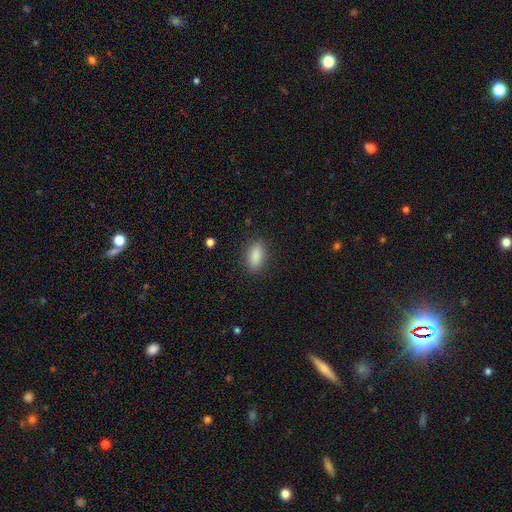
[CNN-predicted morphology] smooth-or-featured: smooth: 88% | star or artifact: 7% | featured or disk: 5%
  how-rounded: in between: 84% | cigar-shaped: 12% | round: 4%
  merging: none: 87% | minor disturbance: 9% | major disturbance: 3% | merger: 1%